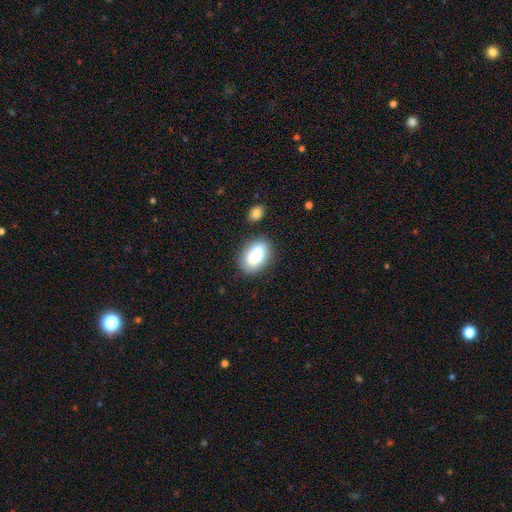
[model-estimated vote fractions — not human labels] Smooth or featured: smooth — 83% (featured or disk — 10%)
How rounded: in between — 90% (round — 8%)
Merging: none — 80% (minor disturbance — 12%)